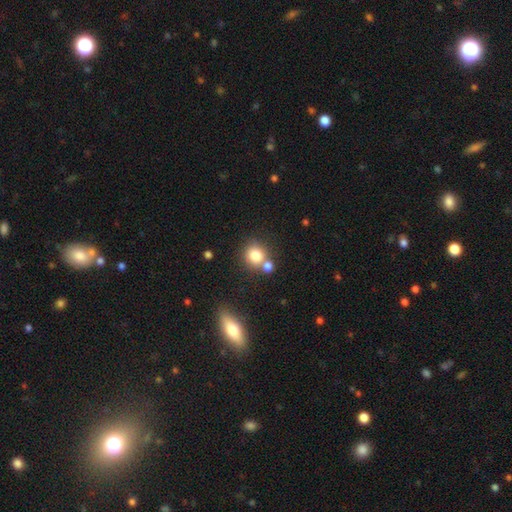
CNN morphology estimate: The model was most divided on "merging": none: 57%, merger: 30%, minor disturbance: 10%, major disturbance: 4%. More confident: how rounded — round (85%); smooth or featured — smooth (79%).